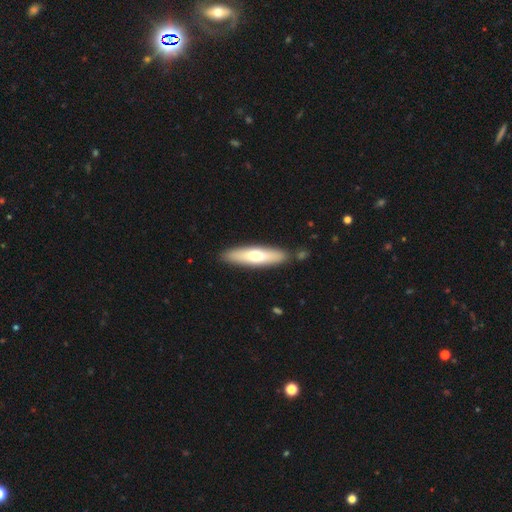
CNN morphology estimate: Smooth or featured? Predicted: smooth (p=0.59). How rounded? Predicted: cigar-shaped (p=0.70). Merging? Predicted: none (p=0.86).